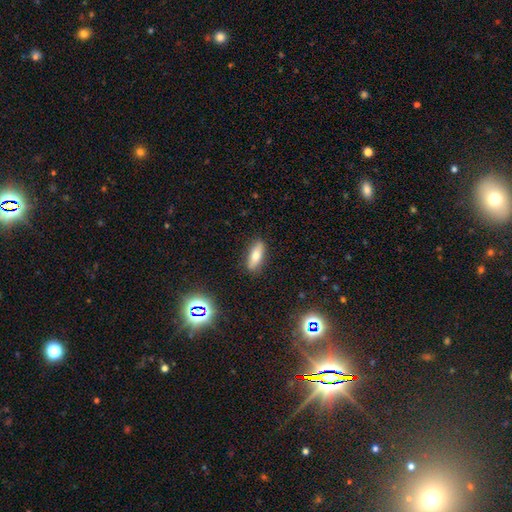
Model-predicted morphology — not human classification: Q: Smooth or featured?
A: smooth (70%); runner-up: featured or disk (20%)
Q: How rounded?
A: in between (59%); runner-up: cigar-shaped (38%)
Q: Merging?
A: none (87%); runner-up: minor disturbance (10%)